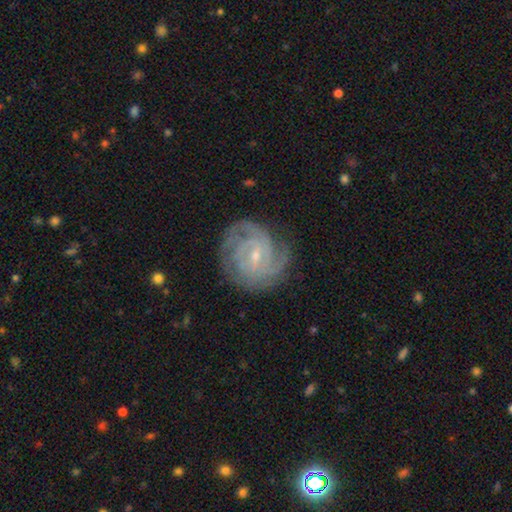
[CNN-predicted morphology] This appears to be a featured or disk galaxy (88%) with a weak bar (53%), 3 (30%) tight (70%) spiral arms (98%) and a small central bulge (74%). Merging: none (78%).